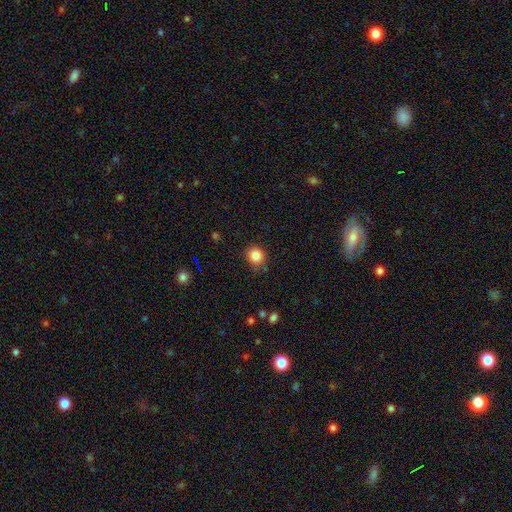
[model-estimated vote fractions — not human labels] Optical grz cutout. It shows a smooth galaxy with no disk features (84%) that is round (84%). Merging: none (81%).